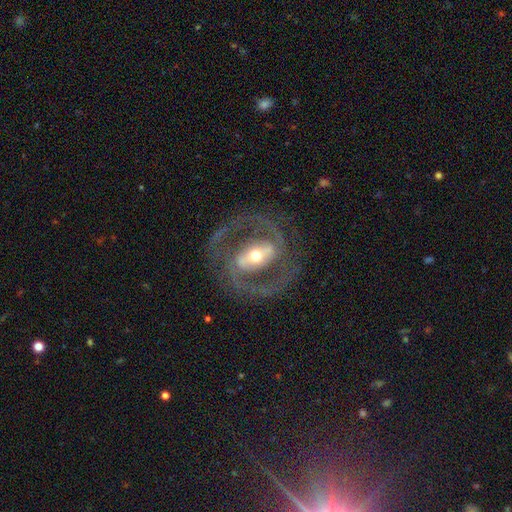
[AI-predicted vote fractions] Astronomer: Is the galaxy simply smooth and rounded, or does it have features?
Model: featured or disk — 88%.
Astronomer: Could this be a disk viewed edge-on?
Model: no — 96%.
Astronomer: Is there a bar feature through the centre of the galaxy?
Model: strong — 56%.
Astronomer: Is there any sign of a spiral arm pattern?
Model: yes — 91%.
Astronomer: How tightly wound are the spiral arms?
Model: medium — 57%.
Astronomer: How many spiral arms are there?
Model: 2 — 90%.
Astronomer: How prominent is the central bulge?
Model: moderate — 61%.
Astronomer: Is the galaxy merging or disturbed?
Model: none — 78%.